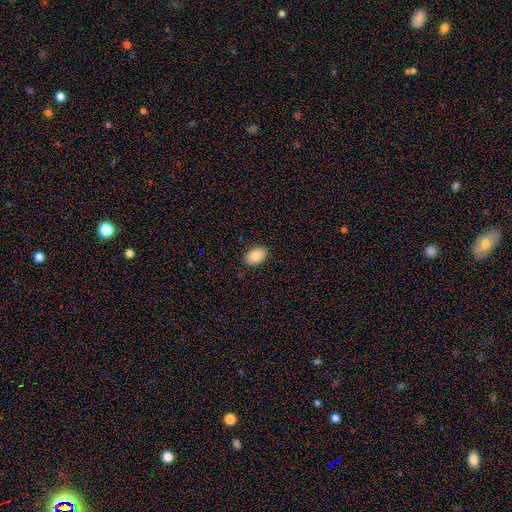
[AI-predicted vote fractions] This is clearly a smooth galaxy (86%). How rounded: clearly in between (90%). Merging: clearly none (88%).